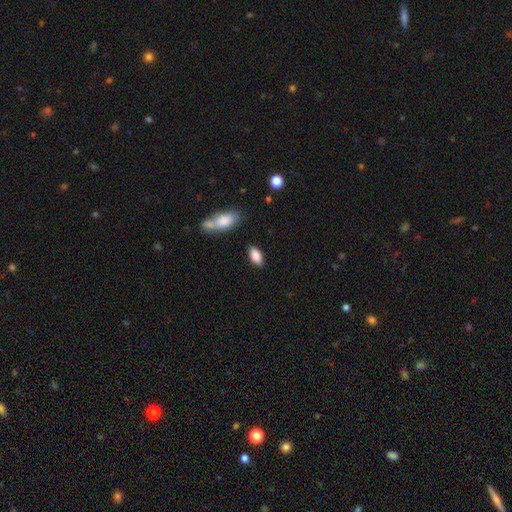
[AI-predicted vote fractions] Morphology: type=smooth (87%); roundness=in between (90%); merging=none (82%).